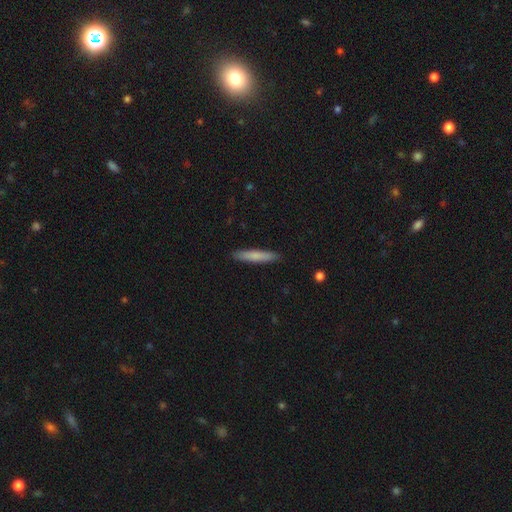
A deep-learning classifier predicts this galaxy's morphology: smooth-or-featured: smooth: 75% | featured or disk: 19% | star or artifact: 5%
  how-rounded: cigar-shaped: 93% | in between: 6% | round: 1%
  merging: none: 91% | minor disturbance: 7% | major disturbance: 1% | merger: 1%